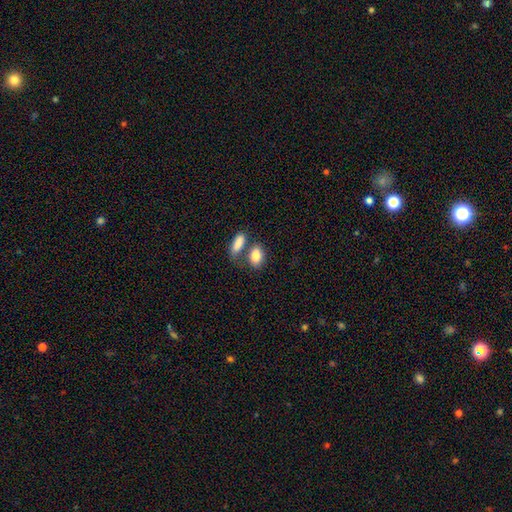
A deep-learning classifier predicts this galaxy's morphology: The model was most divided on "merging": none: 50%, merger: 33%, minor disturbance: 12%, major disturbance: 5%. More confident: smooth or featured — smooth (85%); how rounded — in between (85%).